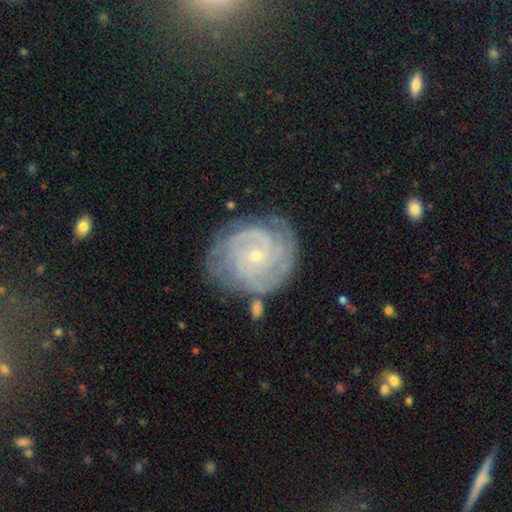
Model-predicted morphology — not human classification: The model was most divided on "spiral arm count": can't tell: 27%, 3: 23%, 2: 21%, 4: 16%, more than 4: 7%, 1: 6%. More confident: edge-on disk — no (98%); spiral arms — yes (96%); smooth or featured — featured or disk (86%); bulge size — small (85%); bar — no (76%); spiral winding — tight (74%); merging — none (71%).